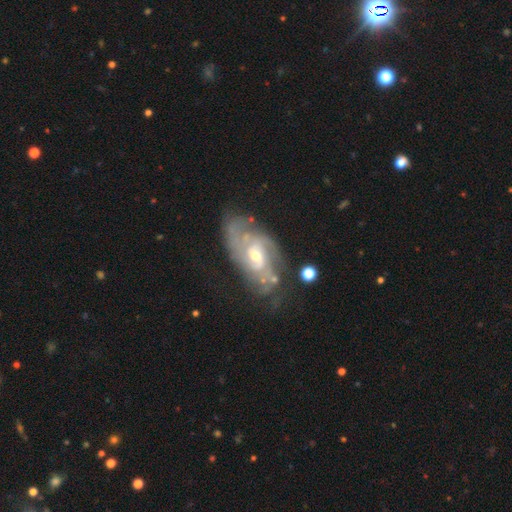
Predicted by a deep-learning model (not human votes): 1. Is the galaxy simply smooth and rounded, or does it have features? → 84% featured or disk, 9% smooth, 7% star or artifact.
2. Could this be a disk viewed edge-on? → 94% no, 6% yes.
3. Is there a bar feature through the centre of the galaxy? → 49% no, 41% weak, 9% strong.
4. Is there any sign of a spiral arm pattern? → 92% yes, 8% no.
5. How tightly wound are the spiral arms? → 49% tight, 38% medium, 13% loose.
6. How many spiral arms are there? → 38% can't tell, 30% 2, 15% 3, 8% 4, 4% 1, 4% more than 4.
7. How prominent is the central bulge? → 49% small, 46% moderate, 2% large, 1% none, 1% dominant.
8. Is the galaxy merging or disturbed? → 62% none, 22% minor disturbance, 12% major disturbance, 4% merger.